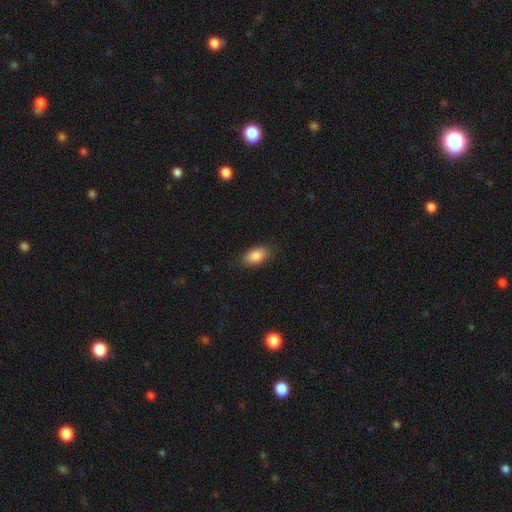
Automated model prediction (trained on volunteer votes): Smooth or featured: smooth — 86% (star or artifact — 7%)
How rounded: in between — 91% (round — 5%)
Merging: none — 84% (minor disturbance — 12%)